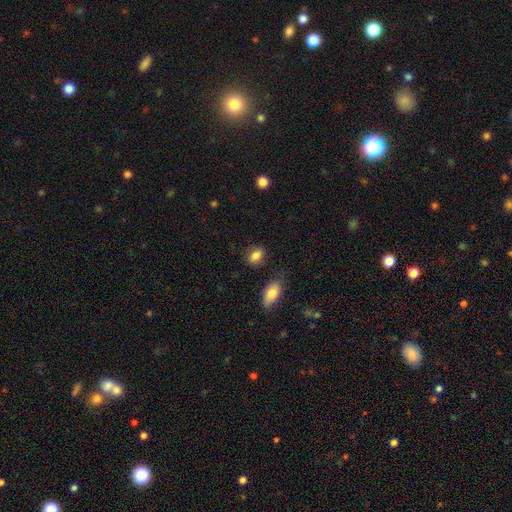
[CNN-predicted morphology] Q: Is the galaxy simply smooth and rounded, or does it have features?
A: smooth — 86%.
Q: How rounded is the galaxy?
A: in between — 75%.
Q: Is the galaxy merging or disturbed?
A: none — 79%.